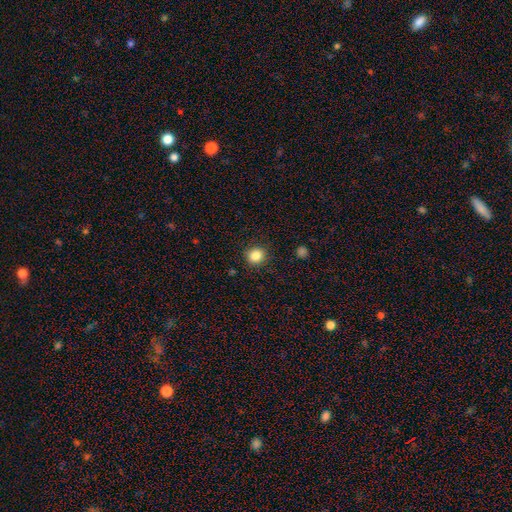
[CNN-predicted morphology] The model was most divided on "smooth or featured": smooth: 85%, star or artifact: 11%, featured or disk: 4%. More confident: merging — none (90%); how rounded — round (87%).